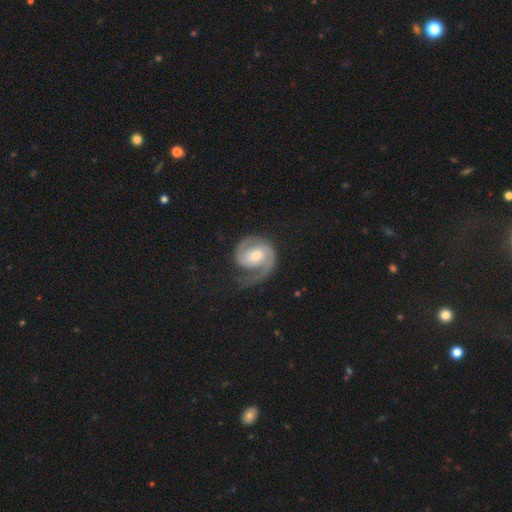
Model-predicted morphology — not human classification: type=featured or disk (87%); edge-on=no (98%); bar=no (48%); spiral arms=yes (97%); winding=tight (46%); arm count=2 (73%); bulge=moderate (57%); merging=none (61%).